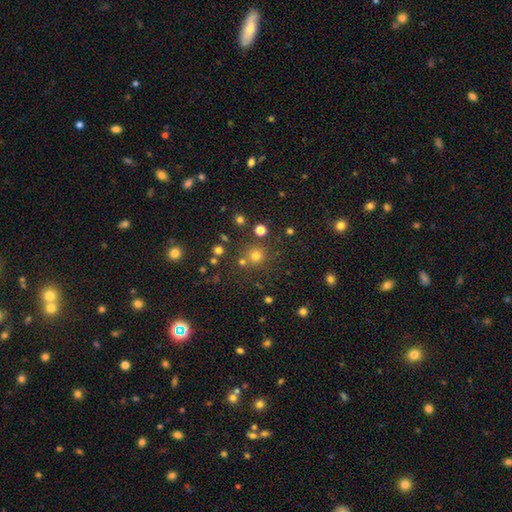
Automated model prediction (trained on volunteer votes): Smooth or featured?
  - smooth: 69% *
  - star or artifact: 24%
  - featured or disk: 7%
How rounded?
  - round: 93% *
  - in between: 6%
  - cigar-shaped: 1%
Merging?
  - none: 78% *
  - merger: 11%
  - minor disturbance: 8%
  - major disturbance: 3%